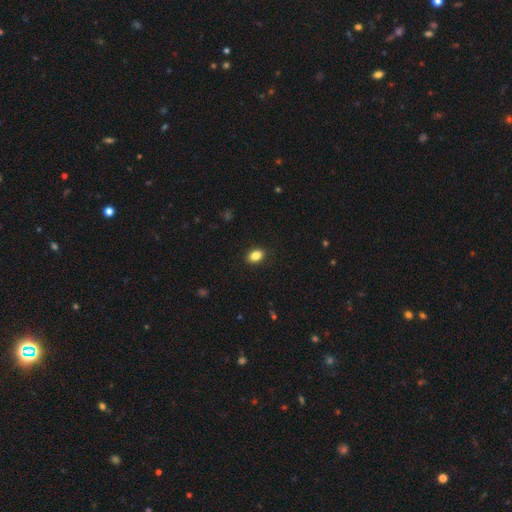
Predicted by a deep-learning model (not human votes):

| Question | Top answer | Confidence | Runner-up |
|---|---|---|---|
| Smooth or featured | smooth | 85% | star or artifact (9%) |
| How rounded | in between | 78% | round (21%) |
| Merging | none | 89% | minor disturbance (8%) |